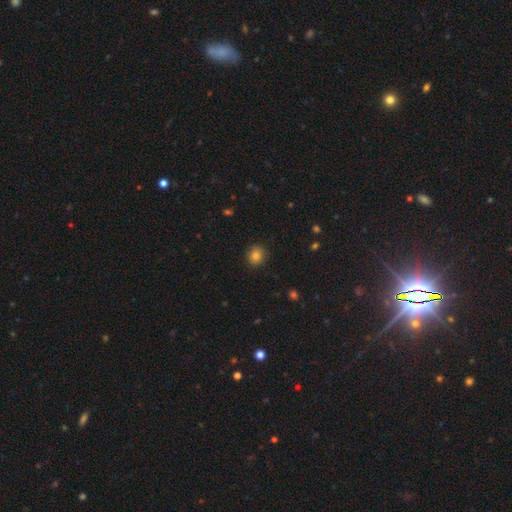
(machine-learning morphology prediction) smooth 82%, star or artifact 12%, featured or disk 6%. Down the decision tree: how rounded — round (85%); merging — none (90%).